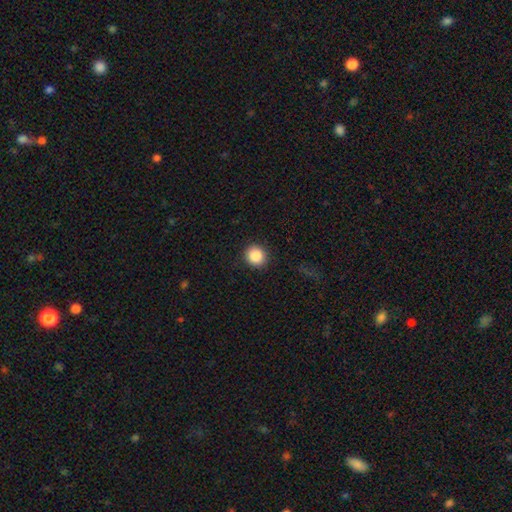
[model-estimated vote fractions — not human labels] Morphology: type=smooth (87%); roundness=round (87%); merging=none (91%).